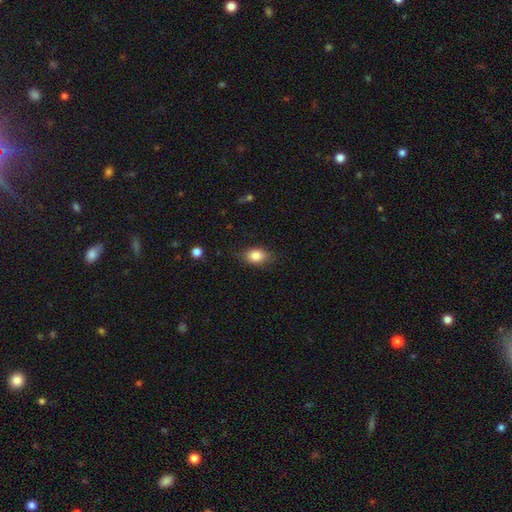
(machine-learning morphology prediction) This appears to be a smooth galaxy with no disk features (84%) that is in between round and cigar-shaped (81%). Merging: none (78%).